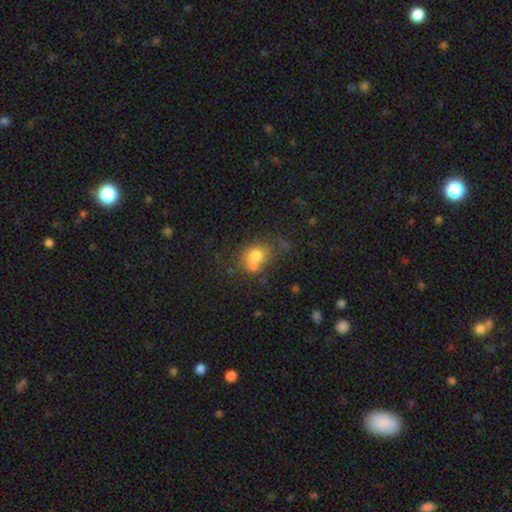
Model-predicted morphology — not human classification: Smooth or featured?
  - smooth: 73% *
  - featured or disk: 15%
  - star or artifact: 12%
How rounded?
  - round: 60% *
  - in between: 39%
  - cigar-shaped: 1%
Merging?
  - none: 41% *
  - merger: 30%
  - minor disturbance: 19%
  - major disturbance: 10%